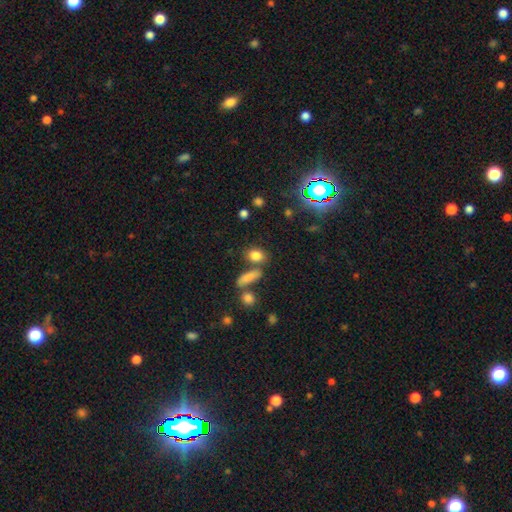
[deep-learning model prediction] Smooth or featured?
  - smooth: 81% *
  - star or artifact: 12%
  - featured or disk: 7%
How rounded?
  - in between: 66% *
  - round: 27%
  - cigar-shaped: 7%
Merging?
  - none: 65% *
  - merger: 19%
  - minor disturbance: 12%
  - major disturbance: 5%